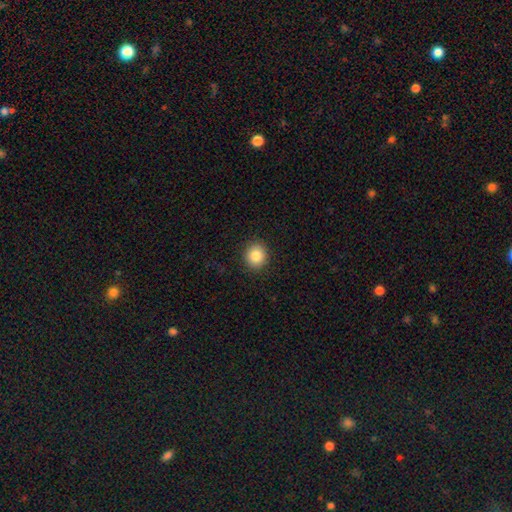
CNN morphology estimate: smooth_or_featured: smooth (p=0.85) [alt: star or artifact p=0.09]
how_rounded: round (p=0.87) [alt: in between p=0.12]
merging: none (p=0.91) [alt: minor disturbance p=0.06]